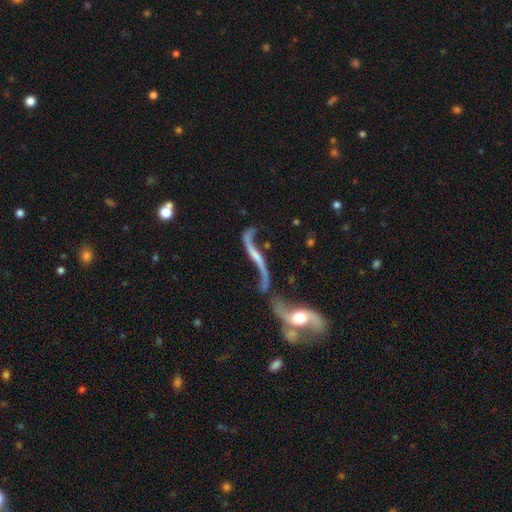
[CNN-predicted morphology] Smooth or featured: featured or disk — 83% (smooth — 10%)
Edge-on disk: no — 79% (yes — 21%)
Bar: no — 40% (strong — 30%)
Spiral arms: yes — 85% (no — 15%)
Spiral winding: loose — 96% (medium — 3%)
Spiral arm count: 2 — 89% (1 — 6%)
Bulge size: none — 43% (small — 32%)
Merging: none — 34% (merger — 30%)